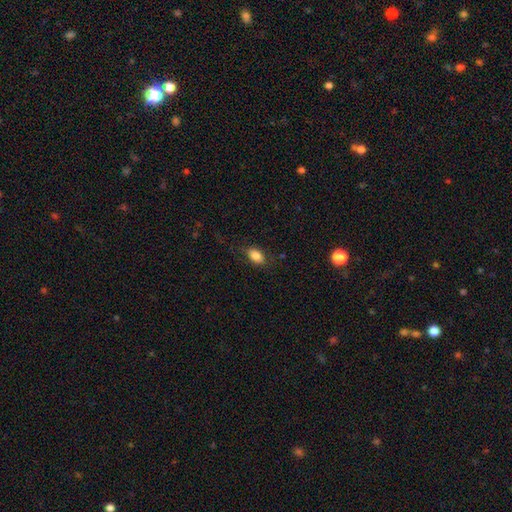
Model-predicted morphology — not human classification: This appears to be a smooth galaxy with no disk features (84%) that is in between round and cigar-shaped (90%). Merging: none (79%).